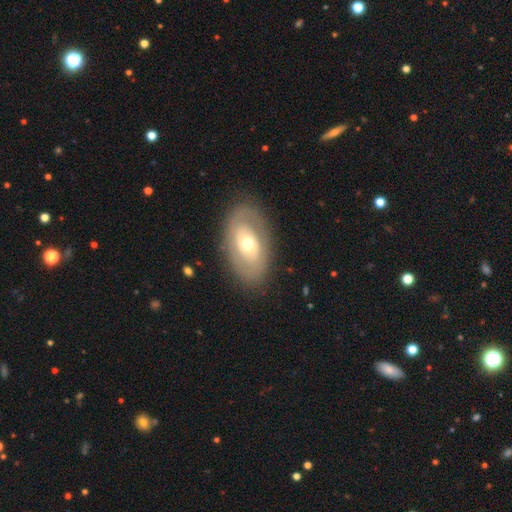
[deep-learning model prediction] A featured or disk galaxy (59%) with no bar (68%), no spiral arms (58%) and a moderate central bulge (56%). Merging: none (83%).